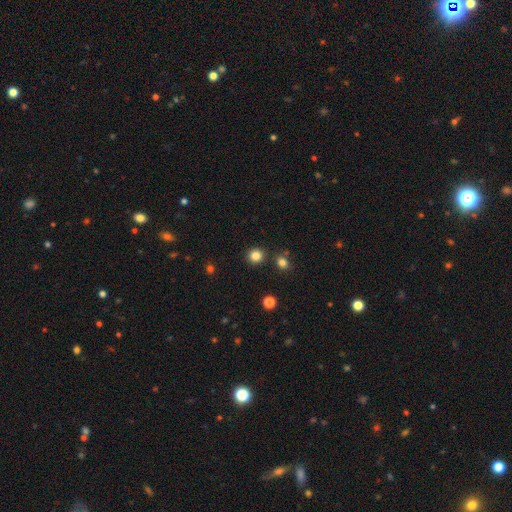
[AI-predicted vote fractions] smooth-or-featured: smooth: 83% | star or artifact: 13% | featured or disk: 4%
  how-rounded: round: 92% | in between: 7% | cigar-shaped: 1%
  merging: none: 88% | minor disturbance: 6% | merger: 4% | major disturbance: 2%